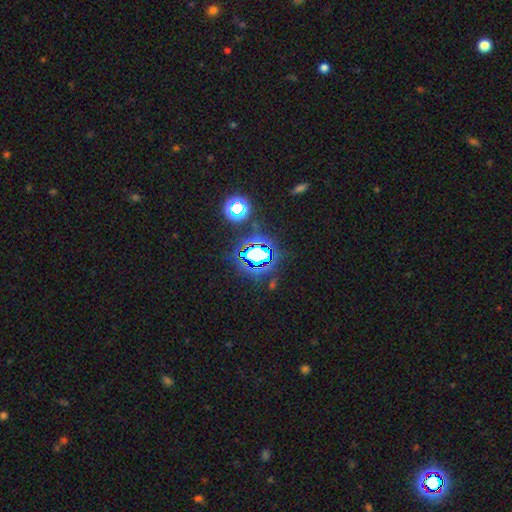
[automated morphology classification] This is likely a star or artifact rather than a galaxy (69%).